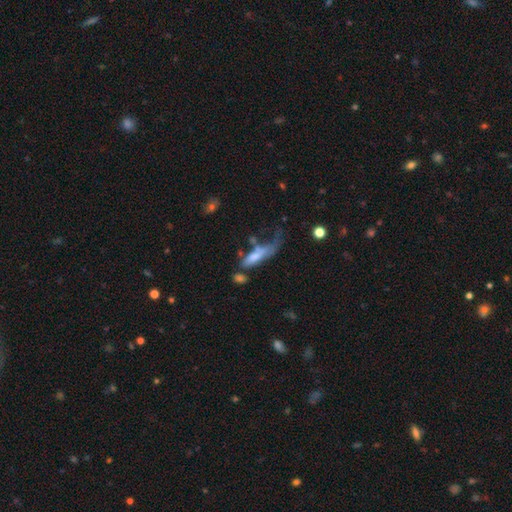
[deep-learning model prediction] A smooth galaxy with no disk features (64%) that is cigar-shaped (50%). Merging: major disturbance (40%).